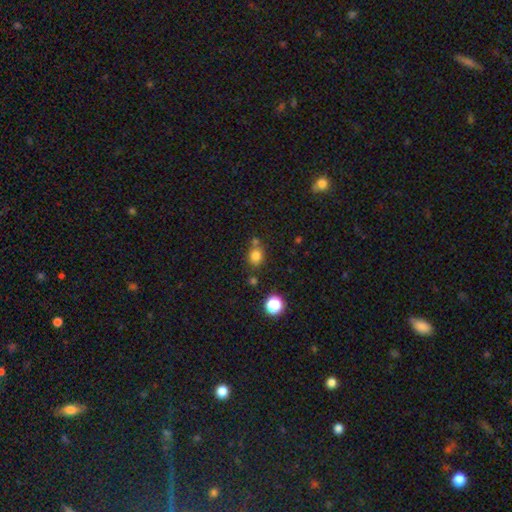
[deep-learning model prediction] smooth_or_featured: smooth (p=0.80) [alt: star or artifact p=0.14]
how_rounded: round (p=0.64) [alt: in between p=0.35]
merging: none (p=0.64) [alt: merger p=0.18]